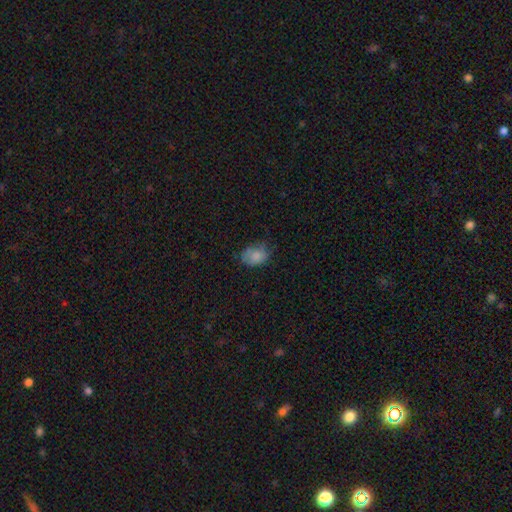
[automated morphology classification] This appears to be a smooth galaxy with no disk features (80%) that is in between round and cigar-shaped (75%). Merging: none (53%).